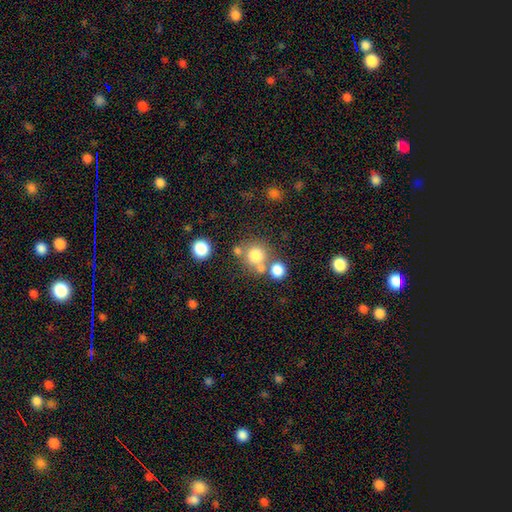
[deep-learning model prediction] The model was most divided on "merging": none: 59%, merger: 28%, minor disturbance: 9%, major disturbance: 4%. More confident: how rounded — round (90%); smooth or featured — smooth (73%).